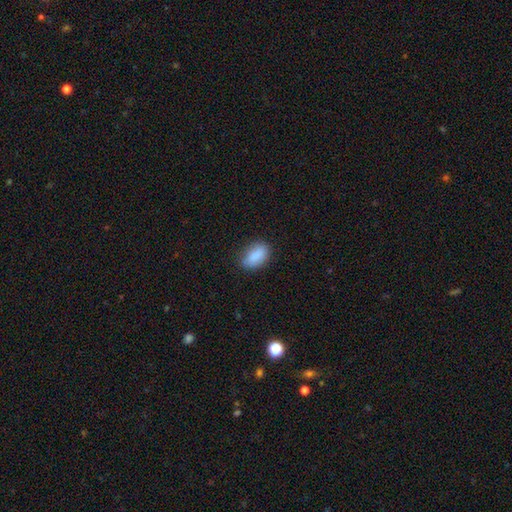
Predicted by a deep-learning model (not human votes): Smooth or featured? smooth (89%)
How rounded? in between (91%)
Merging? none (80%)